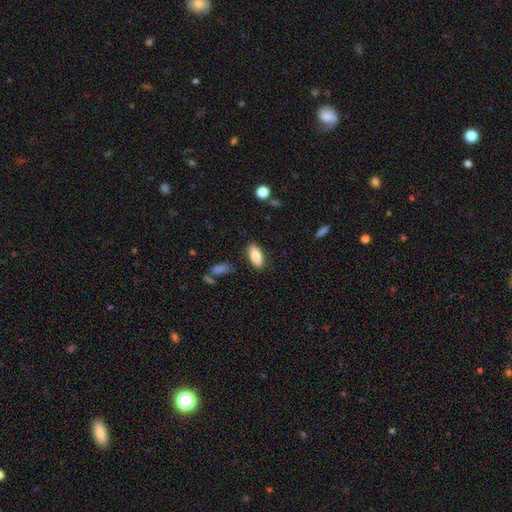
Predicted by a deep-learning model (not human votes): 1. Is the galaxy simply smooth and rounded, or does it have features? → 82% smooth, 11% featured or disk, 7% star or artifact.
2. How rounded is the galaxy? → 87% in between, 11% cigar-shaped, 2% round.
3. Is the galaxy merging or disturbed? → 86% none, 10% minor disturbance, 2% major disturbance, 2% merger.